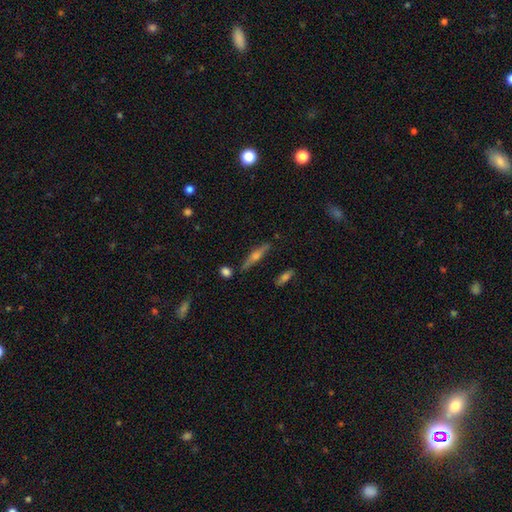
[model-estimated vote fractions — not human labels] This is likely a featured or disk galaxy (67%). It is clearly viewed edge-on (96%). Edge-on bulge: clearly rounded (88%). Merging: clearly none (84%).